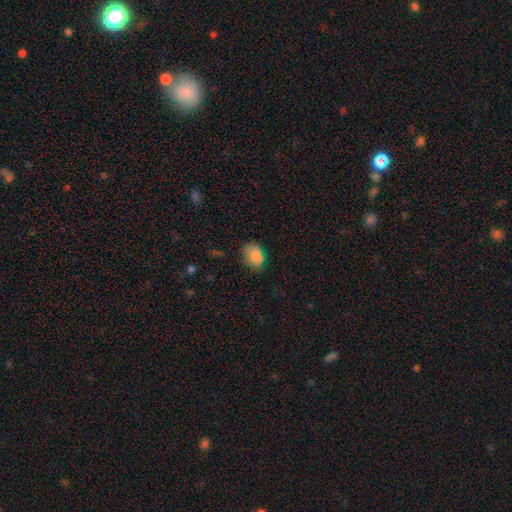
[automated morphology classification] A smooth galaxy with no disk features (83%) that is in between round and cigar-shaped (72%).

Vote fractions:
- Smooth or featured? smooth: 83% / star or artifact: 9% / featured or disk: 8%
- How rounded? in between: 72% / round: 27% / cigar-shaped: 1%
- Merging? none: 69% / minor disturbance: 24% / major disturbance: 5% / merger: 2%